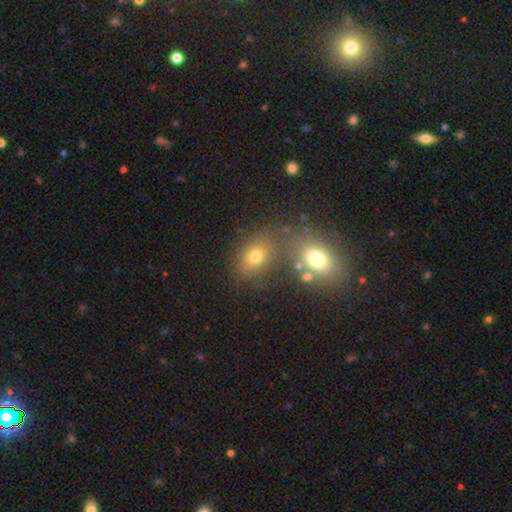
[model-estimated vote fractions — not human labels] smooth-or-featured: smooth: 70% | star or artifact: 17% | featured or disk: 13%
  how-rounded: in between: 68% | round: 31% | cigar-shaped: 2%
  merging: none: 57% | merger: 27% | minor disturbance: 11% | major disturbance: 5%